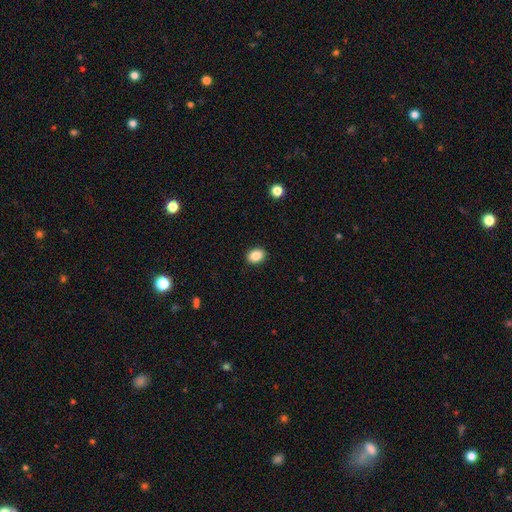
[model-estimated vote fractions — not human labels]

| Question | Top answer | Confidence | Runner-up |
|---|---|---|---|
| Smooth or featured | smooth | 87% | star or artifact (9%) |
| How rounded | in between | 62% | round (37%) |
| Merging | none | 90% | minor disturbance (7%) |